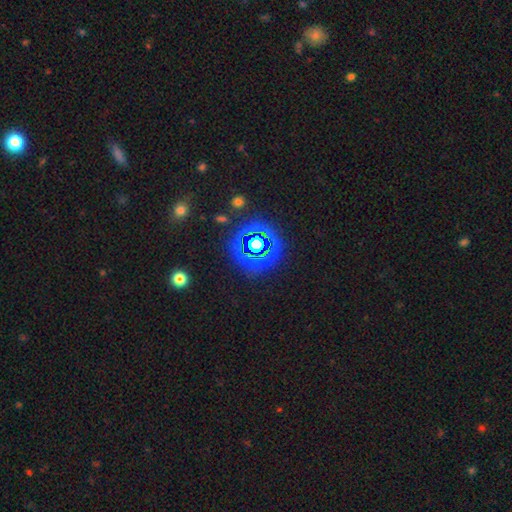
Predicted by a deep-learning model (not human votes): Q: Smooth or featured?
A: star or artifact (59%); runner-up: smooth (33%)